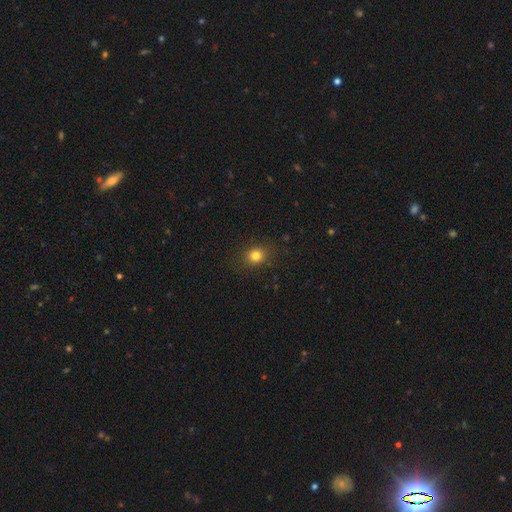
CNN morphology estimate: Smooth or featured?
  - smooth: 80% *
  - star or artifact: 14%
  - featured or disk: 7%
How rounded?
  - round: 66% *
  - in between: 32%
  - cigar-shaped: 1%
Merging?
  - none: 87% *
  - minor disturbance: 9%
  - major disturbance: 3%
  - merger: 1%